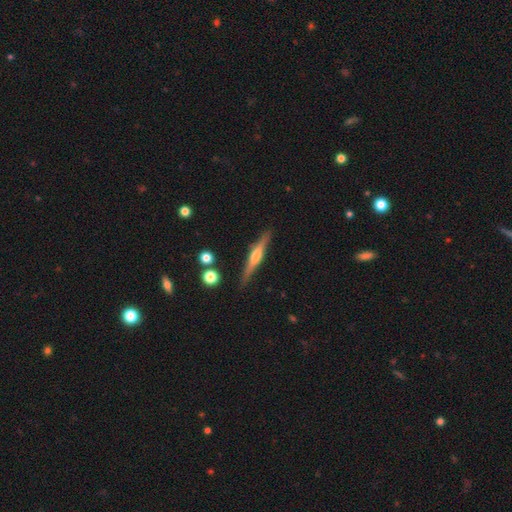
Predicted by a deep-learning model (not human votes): A featured or disk galaxy (66%) viewed edge-on (97%) with a rounded central bulge (74%). Merging: none (87%).